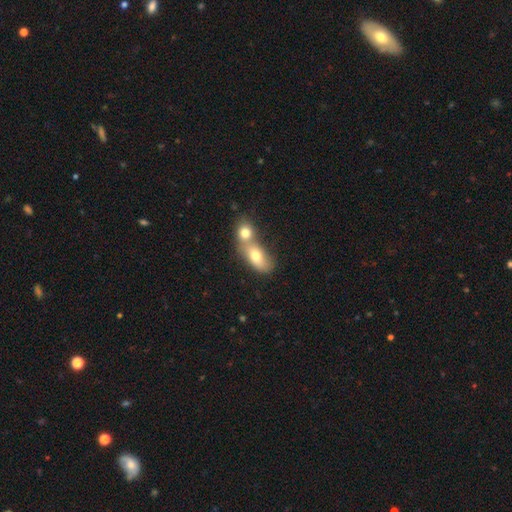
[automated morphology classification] Smooth or featured? smooth (72%)
How rounded? in between (77%)
Merging? merger (70%)